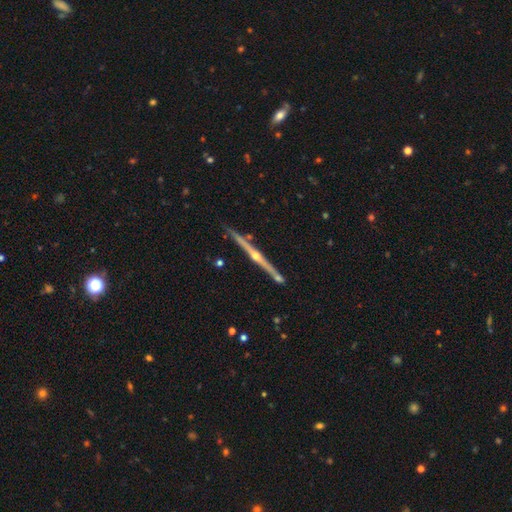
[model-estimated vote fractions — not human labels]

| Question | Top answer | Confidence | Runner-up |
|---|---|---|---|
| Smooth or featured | featured or disk | 88% | smooth (7%) |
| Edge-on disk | yes | 99% | no (1%) |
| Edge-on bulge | rounded | 91% | none (6%) |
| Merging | none | 87% | minor disturbance (8%) |